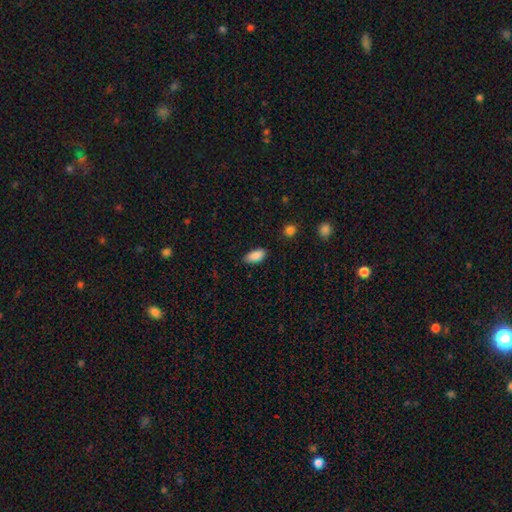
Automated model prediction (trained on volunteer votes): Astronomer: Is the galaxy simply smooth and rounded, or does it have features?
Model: smooth — 89%.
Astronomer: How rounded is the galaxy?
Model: in between — 92%.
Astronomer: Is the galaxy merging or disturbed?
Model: none — 81%.